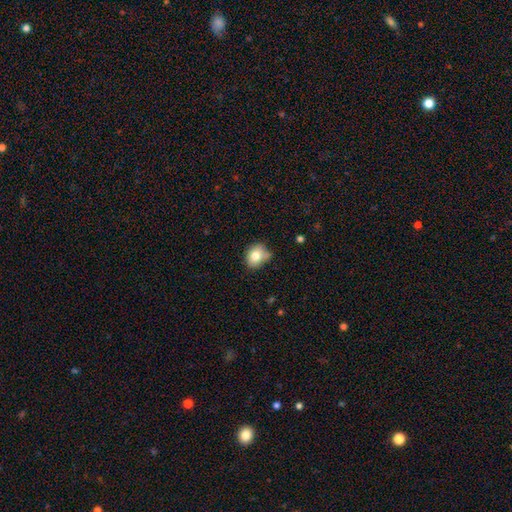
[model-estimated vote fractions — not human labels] smooth-or-featured: smooth: 78% | featured or disk: 12% | star or artifact: 10%
  how-rounded: round: 58% | in between: 41% | cigar-shaped: 1%
  merging: none: 60% | minor disturbance: 29% | major disturbance: 6% | merger: 5%